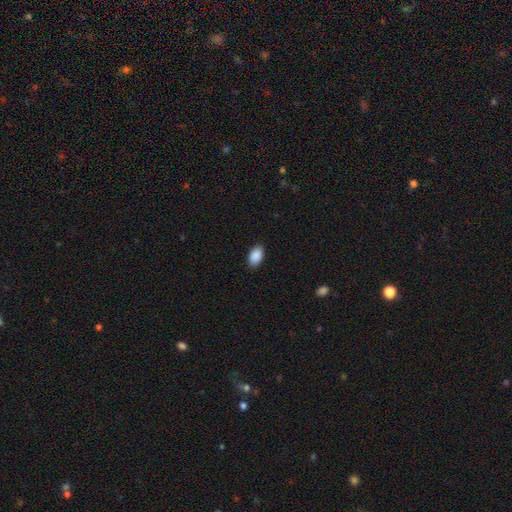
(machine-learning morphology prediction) This is clearly a smooth galaxy (90%). How rounded: clearly in between (92%). Merging: clearly none (89%).